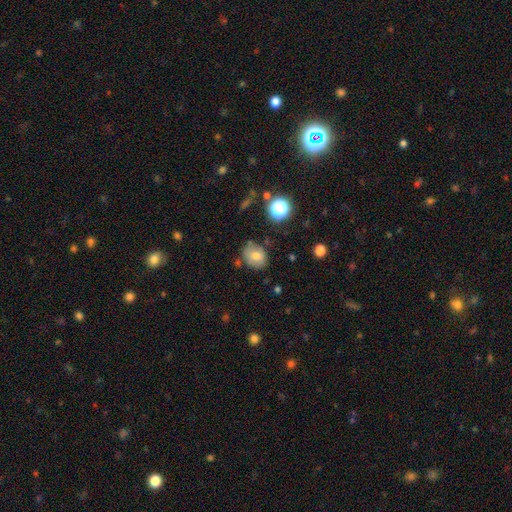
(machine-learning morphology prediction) Smooth or featured? smooth (71%)
How rounded? in between (51%)
Merging? none (70%)